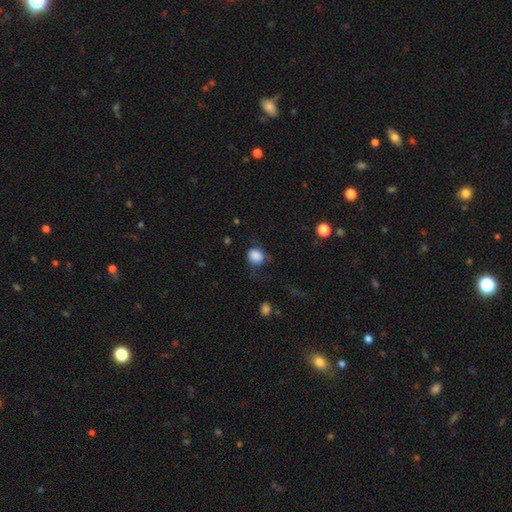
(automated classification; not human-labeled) smooth-or-featured: smooth: 85% | star or artifact: 9% | featured or disk: 7%
  how-rounded: round: 67% | in between: 32% | cigar-shaped: 1%
  merging: none: 59% | minor disturbance: 26% | major disturbance: 13% | merger: 2%